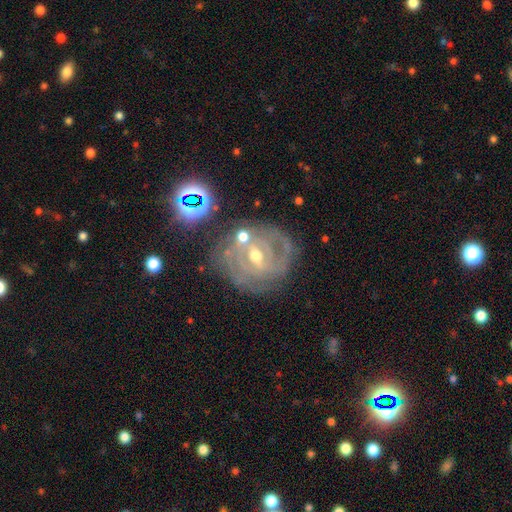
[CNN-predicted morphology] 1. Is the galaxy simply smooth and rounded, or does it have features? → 84% featured or disk, 8% smooth, 8% star or artifact.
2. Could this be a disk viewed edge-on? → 97% no, 3% yes.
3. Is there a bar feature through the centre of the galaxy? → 50% weak, 27% strong, 23% no.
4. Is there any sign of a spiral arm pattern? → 90% yes, 10% no.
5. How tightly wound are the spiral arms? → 69% tight, 25% medium, 6% loose.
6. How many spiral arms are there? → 33% can't tell, 25% 2, 23% 3, 9% 4, 5% 1, 5% more than 4.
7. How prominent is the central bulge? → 62% moderate, 33% small, 2% large, 1% none, 1% dominant.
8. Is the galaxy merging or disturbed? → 68% none, 17% minor disturbance, 9% major disturbance, 6% merger.